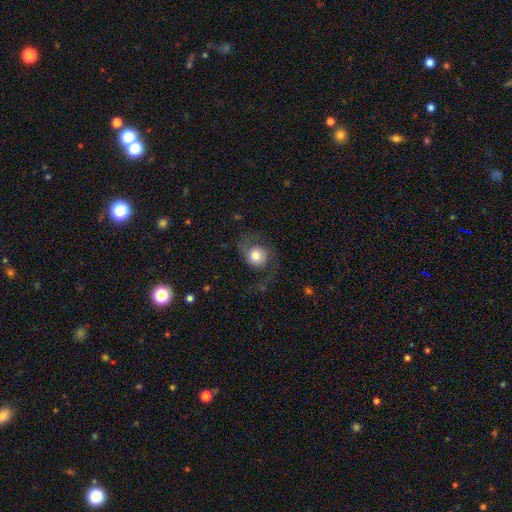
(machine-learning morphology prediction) A smooth galaxy with no disk features (52%) that is round (80%).

Vote fractions:
- Smooth or featured? smooth: 52% / featured or disk: 40% / star or artifact: 8%
- How rounded? round: 80% / in between: 19% / cigar-shaped: 1%
- Merging? none: 52% / major disturbance: 28% / minor disturbance: 18% / merger: 2%